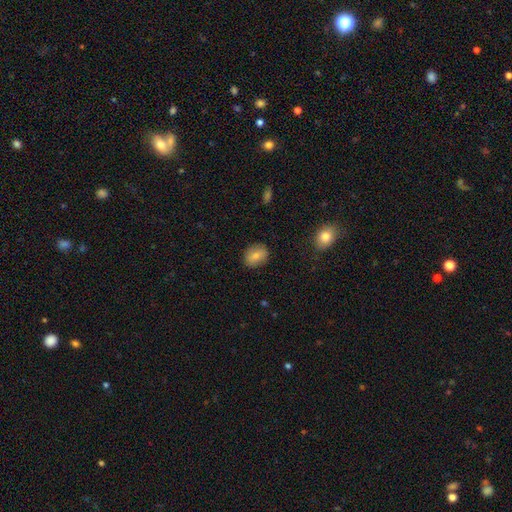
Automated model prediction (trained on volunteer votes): Smooth or featured: smooth — 81% (featured or disk — 11%)
How rounded: in between — 64% (round — 34%)
Merging: none — 86% (minor disturbance — 10%)